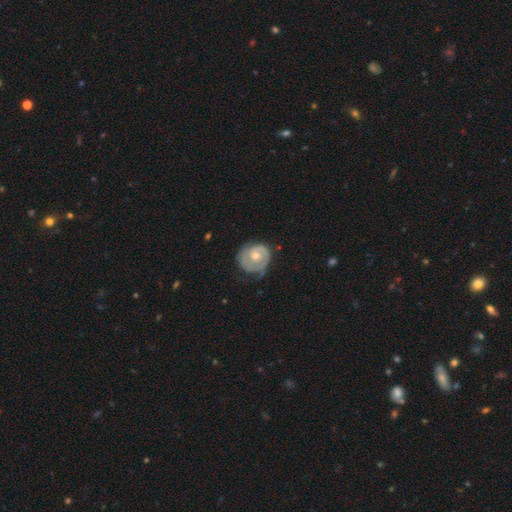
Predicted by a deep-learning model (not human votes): Smooth or featured?
  - featured or disk: 70% *
  - smooth: 25%
  - star or artifact: 5%
Edge-on disk?
  - no: 98% *
  - yes: 2%
Bar?
  - no: 76% *
  - weak: 21%
  - strong: 3%
Spiral arms?
  - yes: 84% *
  - no: 16%
Spiral winding?
  - tight: 66% *
  - medium: 24%
  - loose: 9%
Spiral arm count?
  - 2: 49% *
  - can't tell: 22%
  - 1: 19%
  - 3: 5%
  - 4: 2%
  - more than 4: 2%
Bulge size?
  - moderate: 66% *
  - small: 28%
  - large: 3%
  - none: 1%
  - dominant: 1%
Merging?
  - none: 62% *
  - minor disturbance: 26%
  - major disturbance: 10%
  - merger: 2%